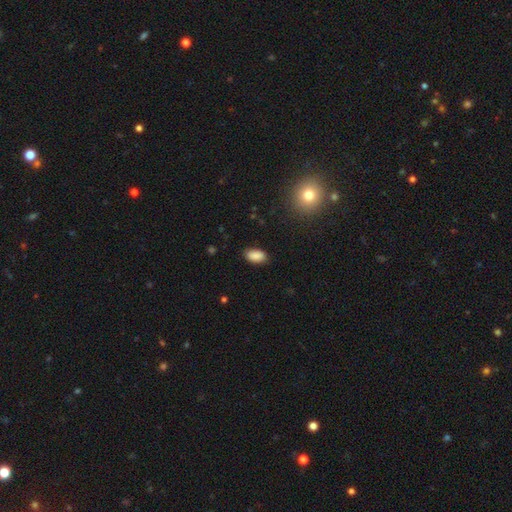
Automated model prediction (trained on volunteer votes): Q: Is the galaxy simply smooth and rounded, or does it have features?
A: smooth — 88%.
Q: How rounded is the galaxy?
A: in between — 93%.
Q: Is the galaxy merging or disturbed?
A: none — 86%.